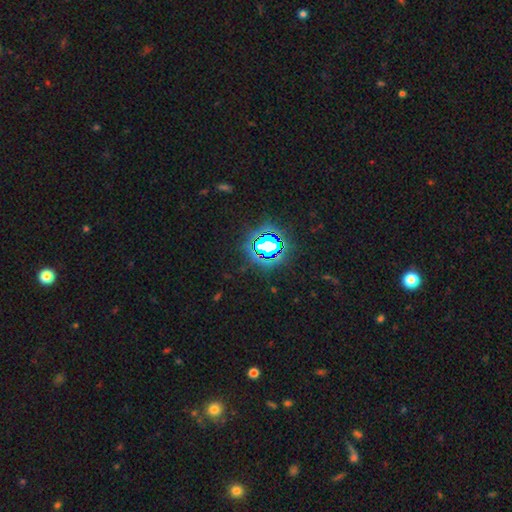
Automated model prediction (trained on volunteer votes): This is clearly a star or artifact rather than a galaxy (81%).